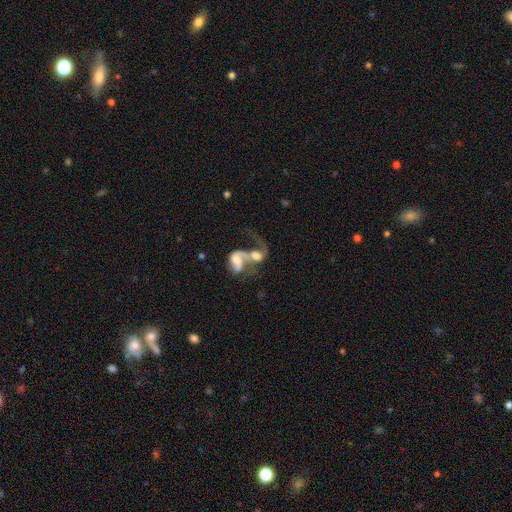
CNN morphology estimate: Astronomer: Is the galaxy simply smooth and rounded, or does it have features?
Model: featured or disk — 62%.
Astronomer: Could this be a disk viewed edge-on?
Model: no — 96%.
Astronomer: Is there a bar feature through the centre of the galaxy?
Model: no — 59%.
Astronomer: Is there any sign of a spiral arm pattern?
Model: yes — 74%.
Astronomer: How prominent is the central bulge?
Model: moderate — 38% (runner-up: large, 24%).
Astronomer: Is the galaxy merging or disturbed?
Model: merger — 78%.